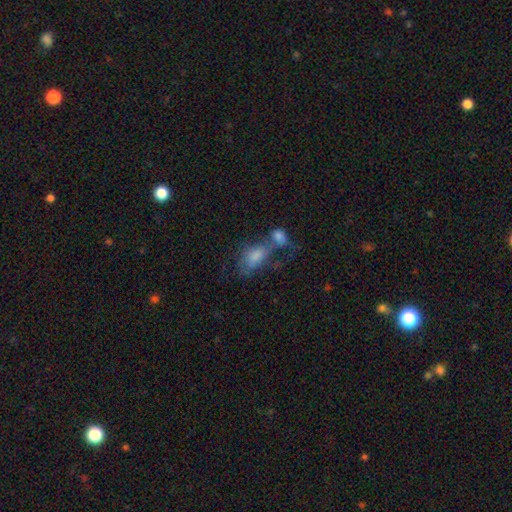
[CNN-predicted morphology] This appears to be a smooth galaxy with no disk features (60%) that is in between round and cigar-shaped (87%). Merging: merger (48%).